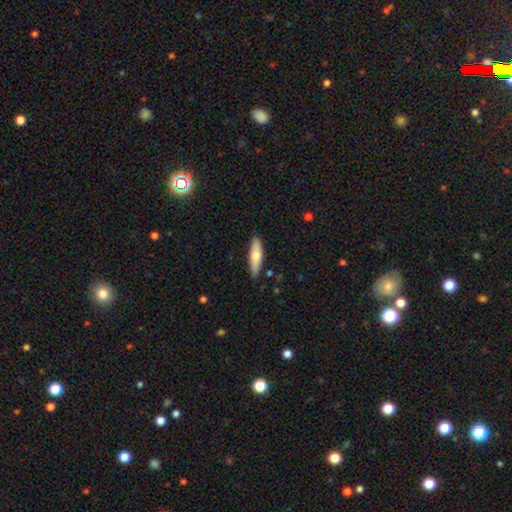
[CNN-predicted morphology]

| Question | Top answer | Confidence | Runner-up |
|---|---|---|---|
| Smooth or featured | smooth | 68% | featured or disk (26%) |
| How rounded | cigar-shaped | 58% | in between (40%) |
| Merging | none | 87% | minor disturbance (10%) |